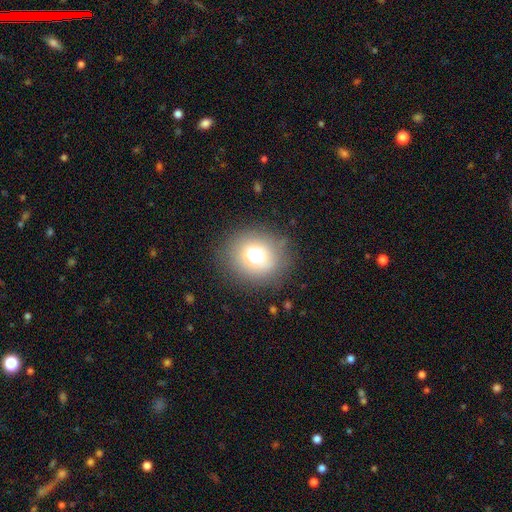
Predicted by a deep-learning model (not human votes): A smooth galaxy with no disk features (71%) that is round (85%).

Vote fractions:
- Smooth or featured? smooth: 71% / star or artifact: 16% / featured or disk: 13%
- How rounded? round: 85% / in between: 14% / cigar-shaped: 1%
- Merging? none: 84% / minor disturbance: 10% / major disturbance: 5% / merger: 1%